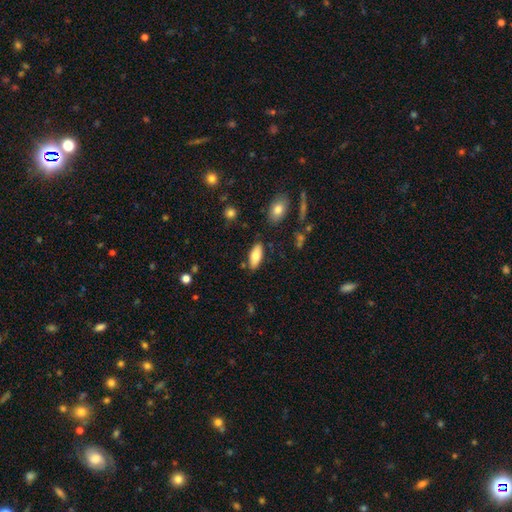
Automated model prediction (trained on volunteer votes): Smooth or featured: smooth — 78% (featured or disk — 15%)
How rounded: in between — 84% (cigar-shaped — 14%)
Merging: none — 83% (minor disturbance — 11%)